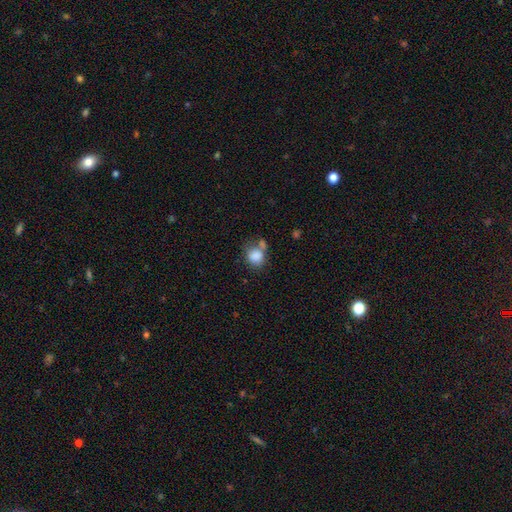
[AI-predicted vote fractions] Smooth or featured? smooth (84%)
How rounded? round (69%)
Merging? none (47%)